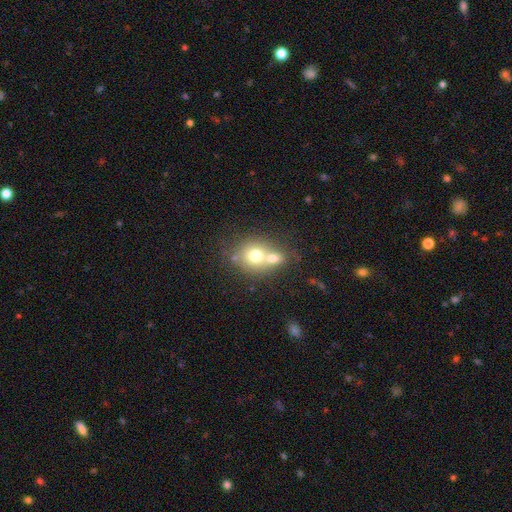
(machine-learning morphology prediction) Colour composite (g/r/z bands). It shows a smooth galaxy with no disk features (69%) that is round (73%). Merging: merger (60%).